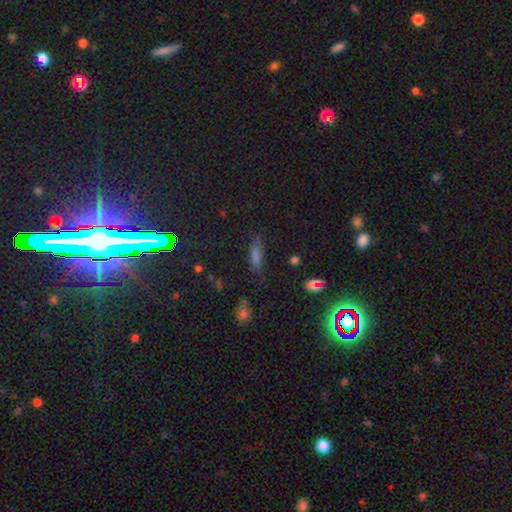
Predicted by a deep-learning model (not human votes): Overall: smooth (59%; star or artifact 29%). How rounded: in between (48%; cigar-shaped 47%). Merging: none (72%).